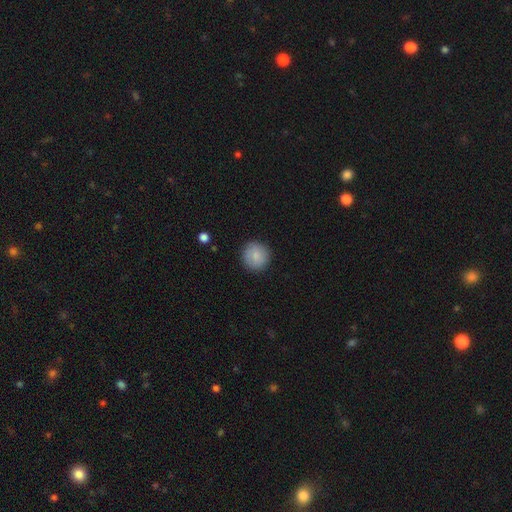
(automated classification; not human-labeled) Q: Smooth or featured?
A: smooth (85%); runner-up: featured or disk (8%)
Q: How rounded?
A: round (94%); runner-up: in between (5%)
Q: Merging?
A: none (90%); runner-up: minor disturbance (7%)